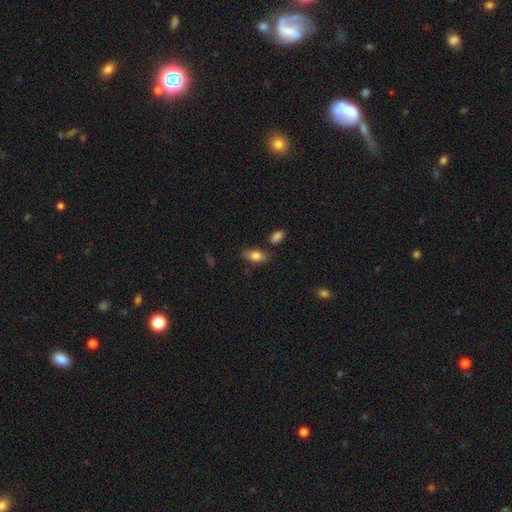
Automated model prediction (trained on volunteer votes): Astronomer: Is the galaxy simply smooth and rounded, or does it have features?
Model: smooth — 81%.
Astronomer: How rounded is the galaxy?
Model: in between — 87%.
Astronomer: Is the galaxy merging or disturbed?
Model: none — 76%.